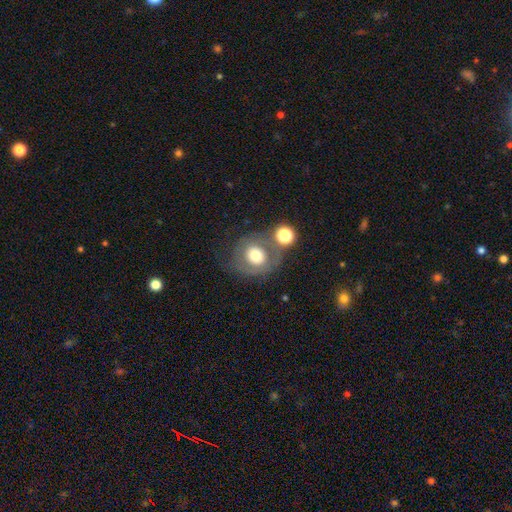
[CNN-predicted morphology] Overall: smooth (55%; featured or disk 34%). How rounded: round (84%). Merging: none (54%; merger 17%).